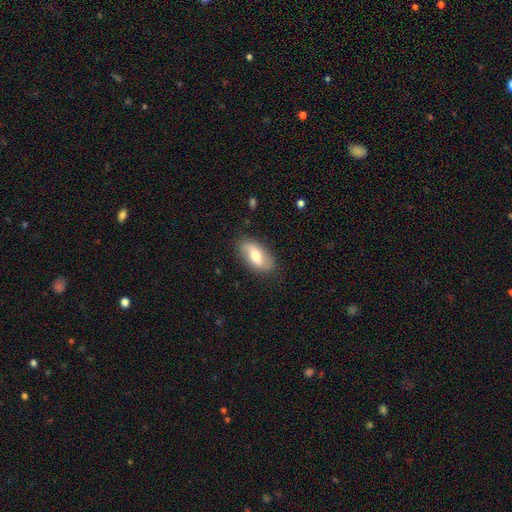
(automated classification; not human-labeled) Smooth or featured? smooth (53%)
How rounded? in between (90%)
Merging? none (82%)